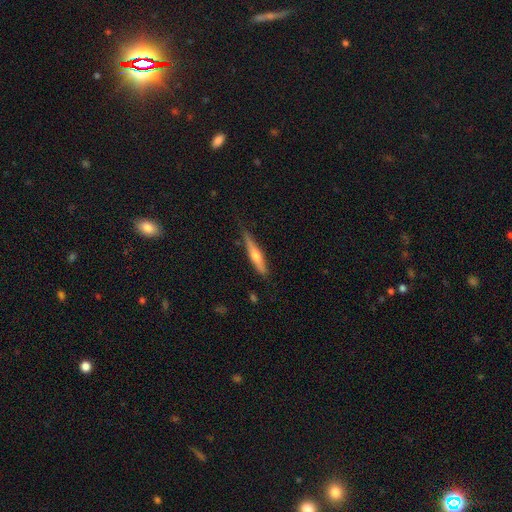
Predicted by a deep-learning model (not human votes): Q: Smooth or featured?
A: featured or disk (53%); runner-up: smooth (41%)
Q: Edge-on disk?
A: yes (95%); runner-up: no (5%)
Q: Edge-on bulge?
A: rounded (85%); runner-up: none (10%)
Q: Merging?
A: none (77%); runner-up: minor disturbance (19%)